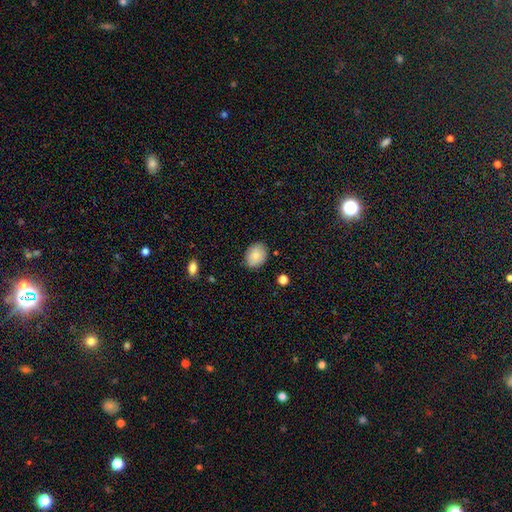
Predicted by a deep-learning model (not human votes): Smooth or featured? Predicted: smooth (p=0.84). How rounded? Predicted: in between (p=0.71). Merging? Predicted: none (p=0.85).